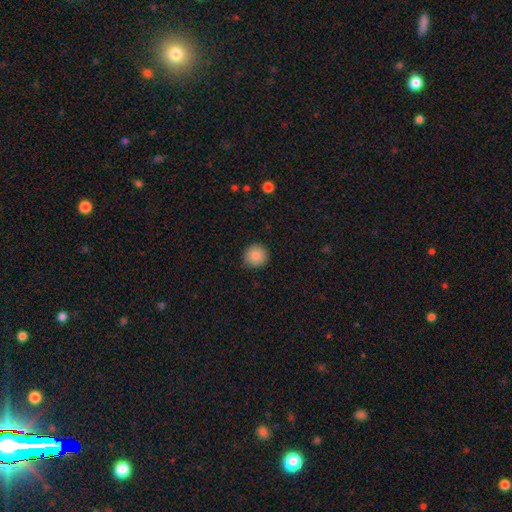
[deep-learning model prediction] This is clearly a smooth galaxy (87%). How rounded: clearly round (93%). Merging: clearly none (89%).